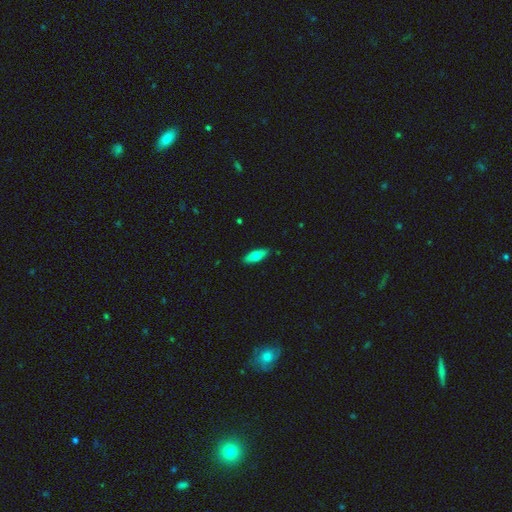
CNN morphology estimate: smooth_or_featured: smooth (p=0.70) [alt: featured or disk p=0.24]
how_rounded: in between (p=0.66) [alt: cigar-shaped p=0.31]
merging: none (p=0.89) [alt: minor disturbance p=0.09]